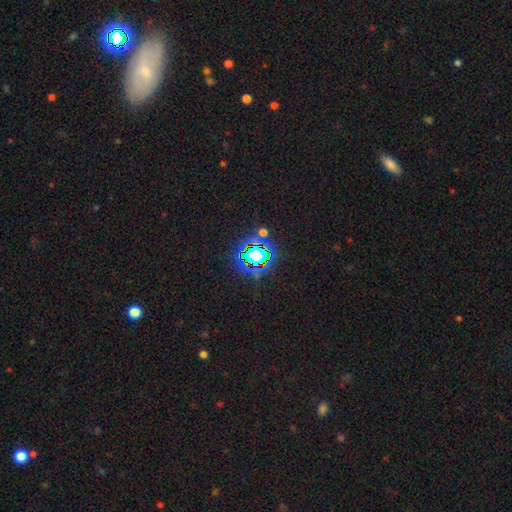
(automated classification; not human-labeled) Smooth or featured? star or artifact (70%)